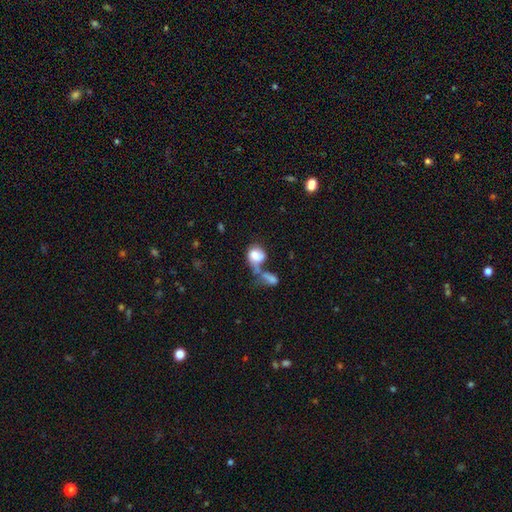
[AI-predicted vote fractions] smooth_or_featured: smooth (p=0.70) [alt: featured or disk p=0.21]
how_rounded: in between (p=0.52) [alt: round p=0.46]
merging: merger (p=0.53) [alt: major disturbance p=0.19]